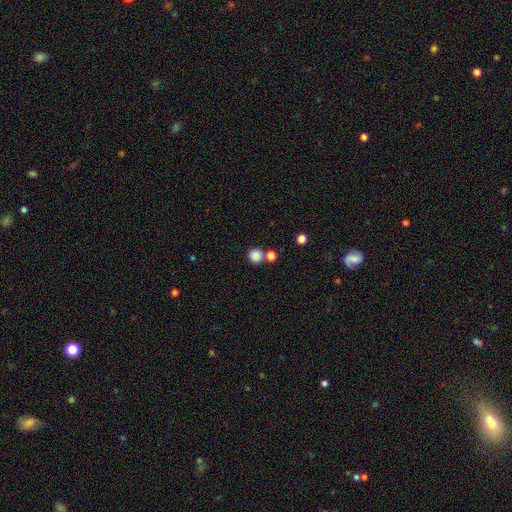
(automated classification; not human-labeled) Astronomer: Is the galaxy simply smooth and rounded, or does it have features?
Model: smooth — 85%.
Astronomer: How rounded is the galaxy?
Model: round — 92%.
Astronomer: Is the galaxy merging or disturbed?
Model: none — 66%.